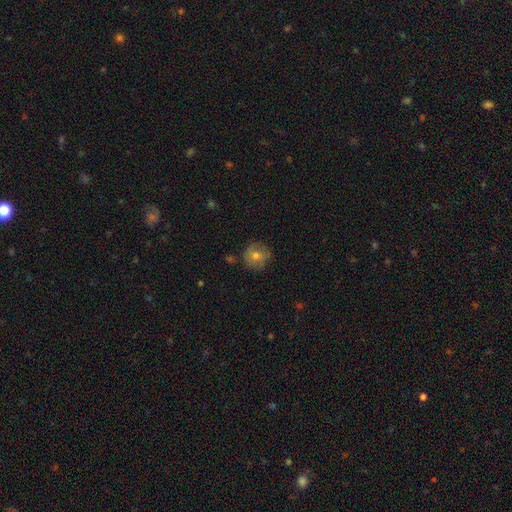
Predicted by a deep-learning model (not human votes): smooth-or-featured: smooth: 59% | featured or disk: 29% | star or artifact: 13%
  how-rounded: round: 91% | in between: 8% | cigar-shaped: 1%
  merging: none: 80% | minor disturbance: 14% | major disturbance: 4% | merger: 2%